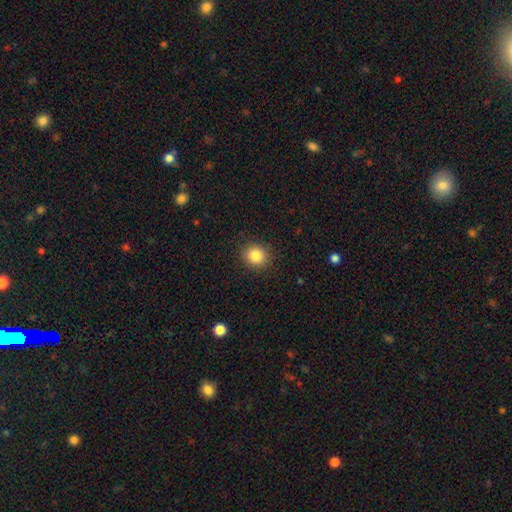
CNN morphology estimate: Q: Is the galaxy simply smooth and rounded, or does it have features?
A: smooth — 85%.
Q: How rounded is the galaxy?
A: round — 80%.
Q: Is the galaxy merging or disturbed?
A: none — 89%.